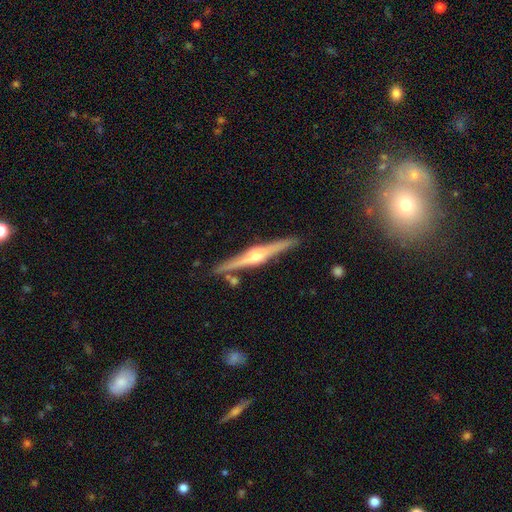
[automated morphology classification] The model was most divided on "smooth or featured": featured or disk: 82%, smooth: 12%, star or artifact: 6%. More confident: edge-on disk — yes (98%); edge-on bulge — rounded (91%); merging — none (86%).